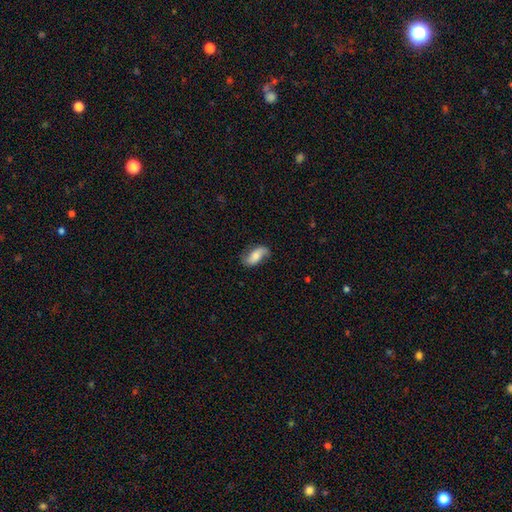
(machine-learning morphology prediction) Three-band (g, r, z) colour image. It shows a smooth galaxy with no disk features (54%) that is in between round and cigar-shaped (87%). Merging: none (71%).